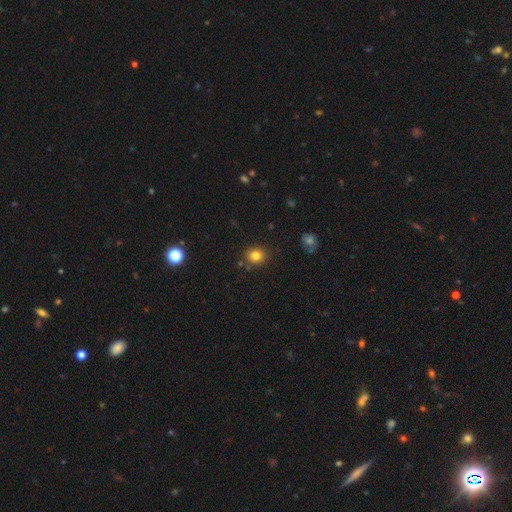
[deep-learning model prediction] smooth-or-featured: smooth: 82% | star or artifact: 12% | featured or disk: 6%
  how-rounded: round: 67% | in between: 33% | cigar-shaped: 1%
  merging: none: 82% | minor disturbance: 11% | merger: 4% | major disturbance: 3%